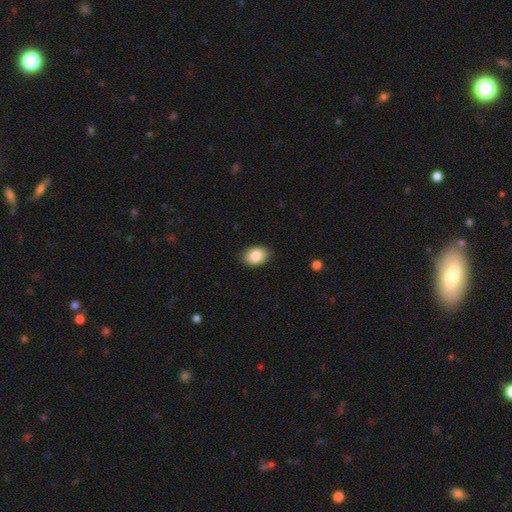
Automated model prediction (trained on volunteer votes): Overall: smooth (86%). How rounded: in between (75%). Merging: none (87%).